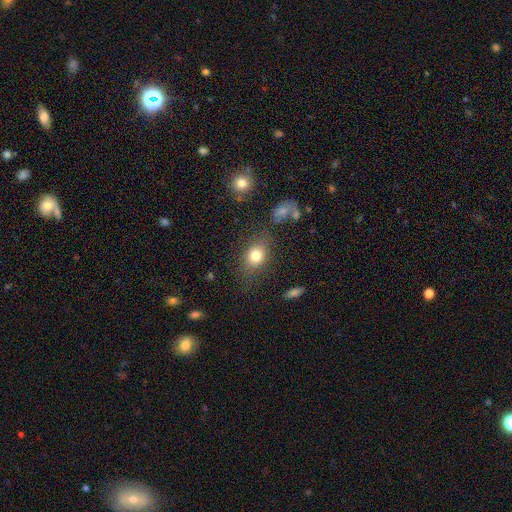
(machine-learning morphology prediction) This is likely a smooth galaxy (79%). How rounded: possibly in between (58%). Merging: likely none (73%).